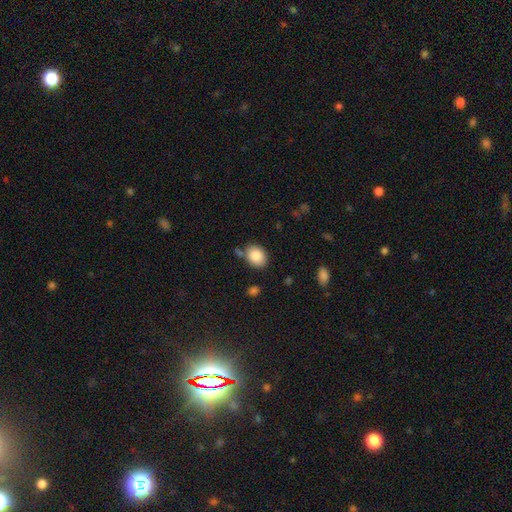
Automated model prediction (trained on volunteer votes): Overall: smooth (86%). How rounded: in between (62%; round 37%). Merging: none (73%).